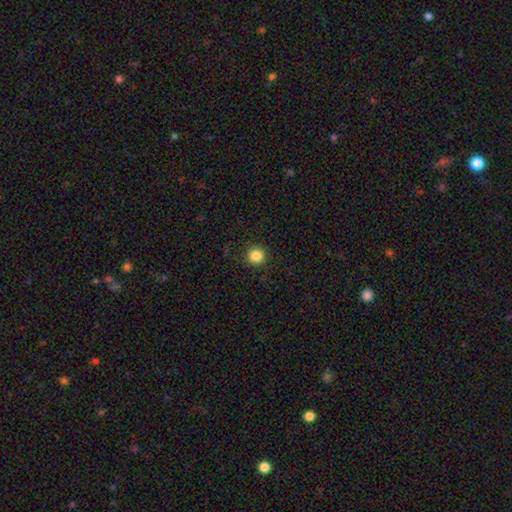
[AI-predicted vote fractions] The model was most divided on "smooth or featured": smooth: 86%, star or artifact: 11%, featured or disk: 4%. More confident: how rounded — round (94%); merging — none (91%).